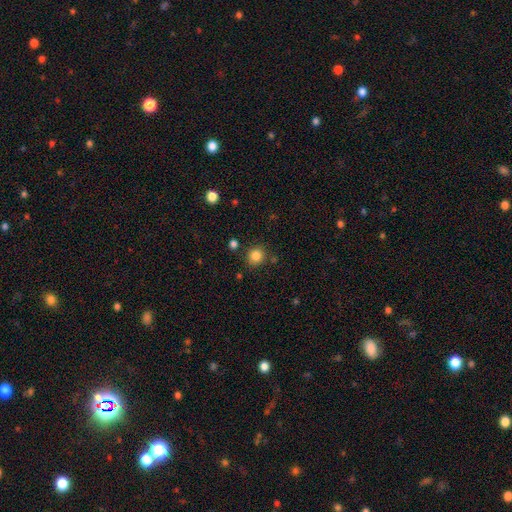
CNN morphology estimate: Smooth or featured? Predicted: smooth (p=0.84). How rounded? Predicted: round (p=0.88). Merging? Predicted: none (p=0.85).